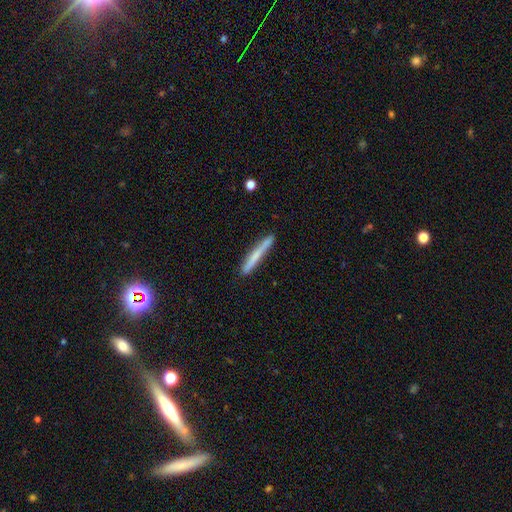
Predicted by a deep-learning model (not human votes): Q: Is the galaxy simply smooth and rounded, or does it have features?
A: smooth — 60%.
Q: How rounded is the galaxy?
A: cigar-shaped — 96%.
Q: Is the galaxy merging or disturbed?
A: none — 87%.